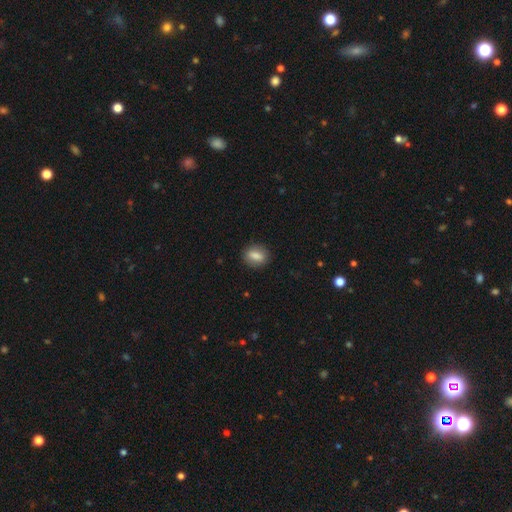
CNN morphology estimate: Smooth or featured?
  - smooth: 82% *
  - featured or disk: 10%
  - star or artifact: 8%
How rounded?
  - in between: 64% *
  - round: 32%
  - cigar-shaped: 4%
Merging?
  - none: 87% *
  - minor disturbance: 9%
  - major disturbance: 3%
  - merger: 1%